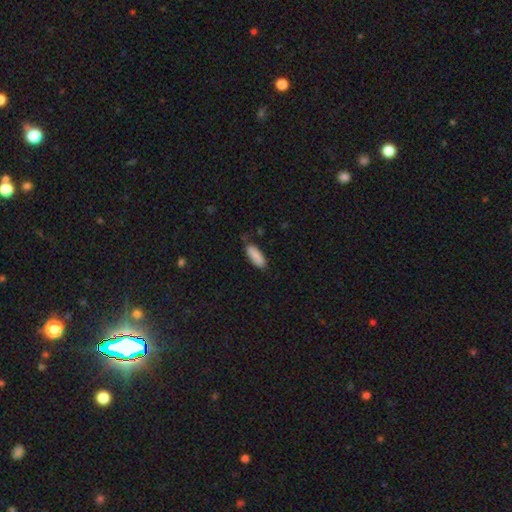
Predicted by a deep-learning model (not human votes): smooth 89%, star or artifact 6%, featured or disk 5%. Down the decision tree: how rounded — in between (68%); merging — none (77%).